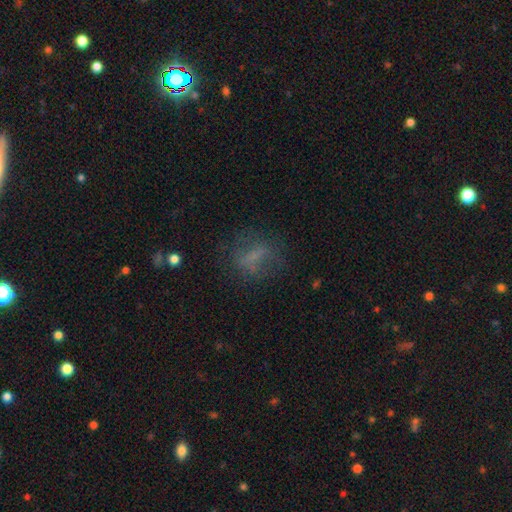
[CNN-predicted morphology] Smooth or featured?
  - smooth: 55% *
  - featured or disk: 28%
  - star or artifact: 17%
How rounded?
  - in between: 52% *
  - round: 38%
  - cigar-shaped: 10%
Merging?
  - none: 64% *
  - minor disturbance: 18%
  - major disturbance: 16%
  - merger: 2%